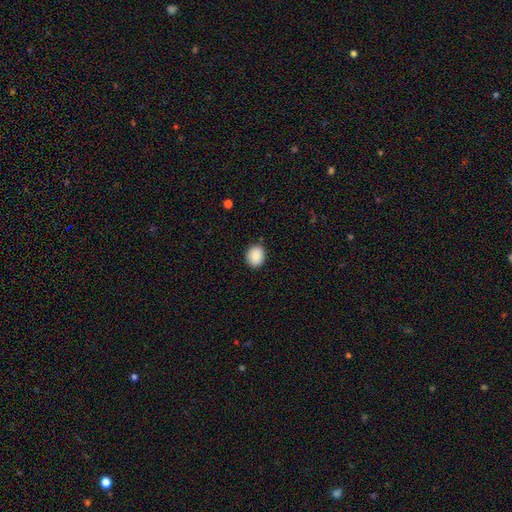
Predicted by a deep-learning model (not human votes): A smooth galaxy with no disk features (88%) that is round (64%).

Vote fractions:
- Smooth or featured? smooth: 88% / star or artifact: 8% / featured or disk: 4%
- How rounded? round: 64% / in between: 35% / cigar-shaped: 1%
- Merging? none: 87% / minor disturbance: 10% / major disturbance: 2% / merger: 1%